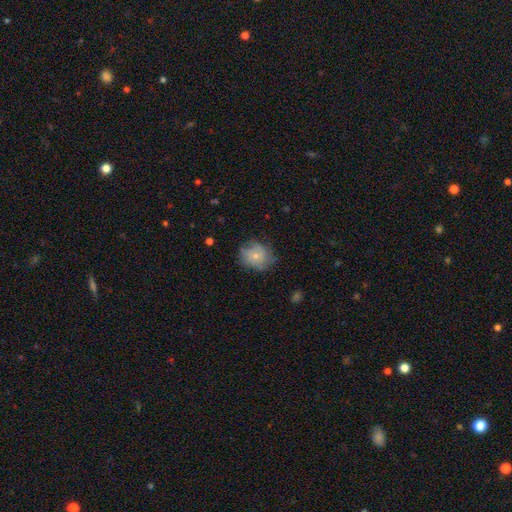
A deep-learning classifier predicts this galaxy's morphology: A smooth galaxy with no disk features (66%) that is round (65%). Merging: none (65%).